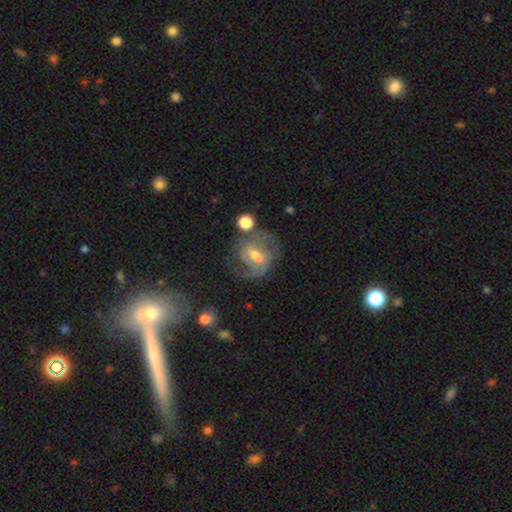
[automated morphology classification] Smooth or featured? Predicted: featured or disk (p=0.74). Edge-on disk? Predicted: no (p=0.97). Bar? Predicted: weak (p=0.56). Spiral arms? Predicted: yes (p=0.89). Spiral winding? Predicted: medium (p=0.50). Spiral arm count? Predicted: 2 (p=0.59). Bulge size? Predicted: moderate (p=0.58). Merging? Predicted: none (p=0.53).